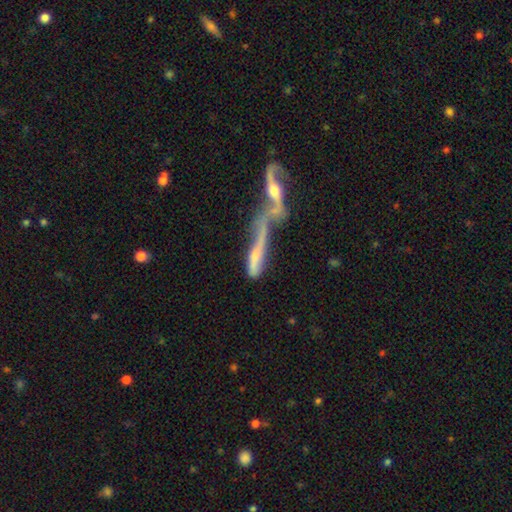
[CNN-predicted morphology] Smooth or featured? Predicted: featured or disk (p=0.60). Edge-on disk? Predicted: no (p=0.57). Merging? Predicted: merger (p=0.73).